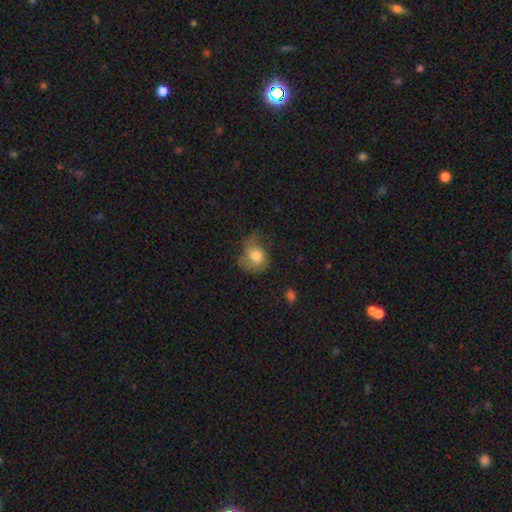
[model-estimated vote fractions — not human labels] Smooth or featured? smooth (73%)
How rounded? round (54%)
Merging? minor disturbance (33%)